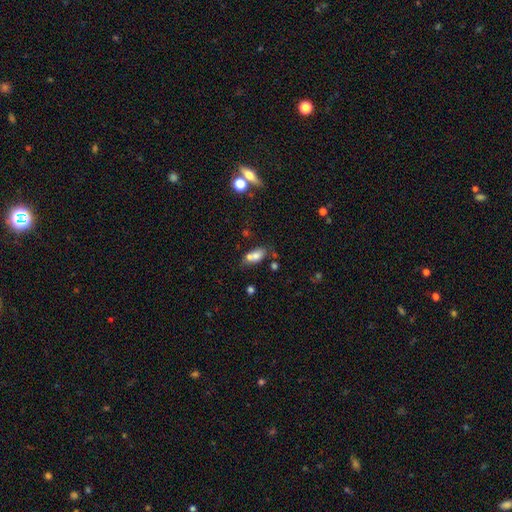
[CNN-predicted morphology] A smooth galaxy with no disk features (73%) that is in between round and cigar-shaped (84%). Merging: none (43%).